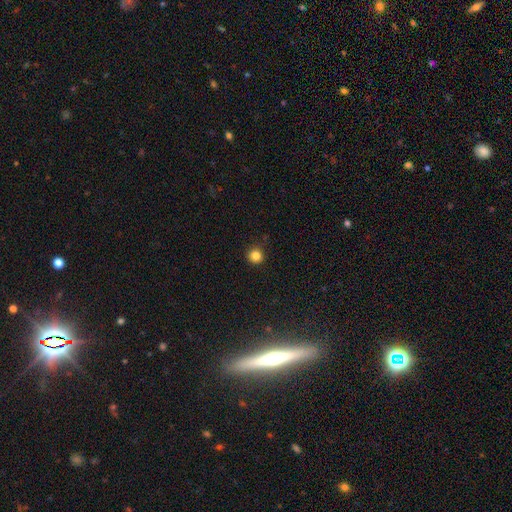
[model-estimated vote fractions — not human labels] This is clearly a smooth galaxy (84%). How rounded: clearly round (94%). Merging: clearly none (90%).